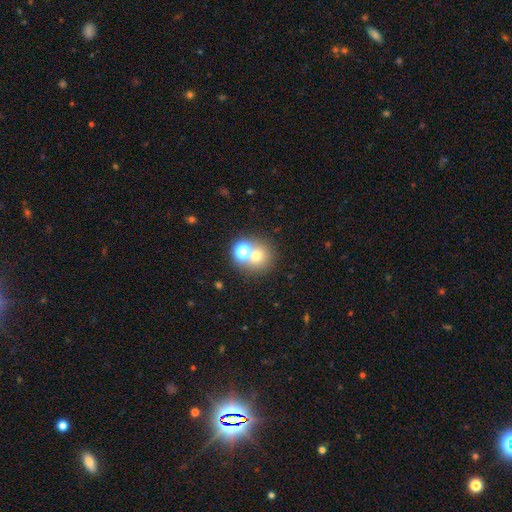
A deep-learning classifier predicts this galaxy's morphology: A smooth galaxy with no disk features (65%) that is round (87%).

Vote fractions:
- Smooth or featured? smooth: 65% / star or artifact: 21% / featured or disk: 13%
- How rounded? round: 87% / in between: 12% / cigar-shaped: 1%
- Merging? none: 55% / merger: 34% / minor disturbance: 7% / major disturbance: 4%